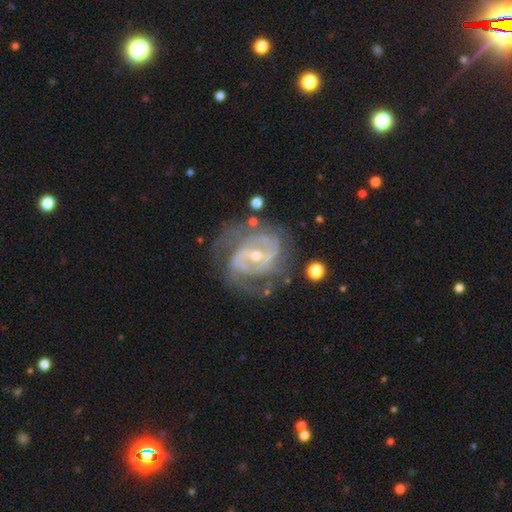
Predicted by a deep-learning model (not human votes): The model was most divided on "spiral winding": tight: 46%, medium: 43%, loose: 11%. Remaining: edge-on disk — no (97%); spiral arms — yes (96%); smooth or featured — featured or disk (90%); merging — none (65%); bulge size — small (62%); spiral arm count — 2 (52%); bar — weak (43%).